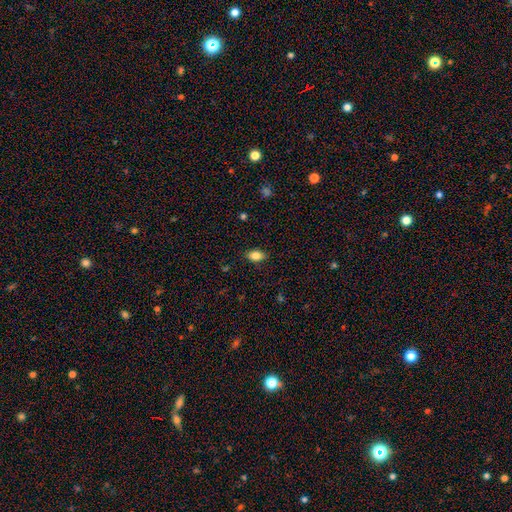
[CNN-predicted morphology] A smooth galaxy with no disk features (83%) that is in between round and cigar-shaped (86%).

Vote fractions:
- Smooth or featured? smooth: 83% / star or artifact: 9% / featured or disk: 8%
- How rounded? in between: 86% / round: 11% / cigar-shaped: 2%
- Merging? none: 86% / minor disturbance: 10% / major disturbance: 2% / merger: 1%